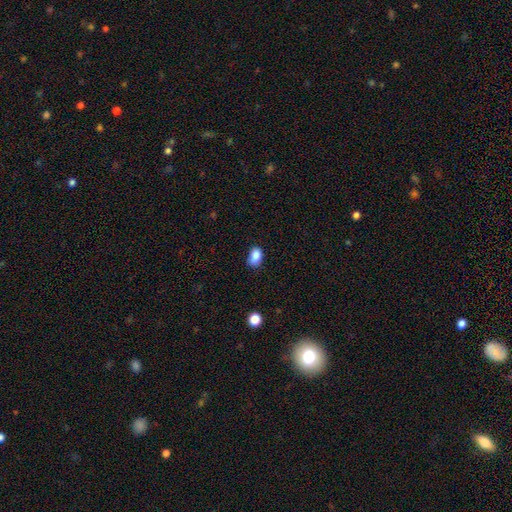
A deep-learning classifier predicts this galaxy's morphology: The model was most divided on "merging": none: 65%, minor disturbance: 28%, major disturbance: 5%, merger: 2%. More confident: smooth or featured — smooth (86%); how rounded — in between (85%).